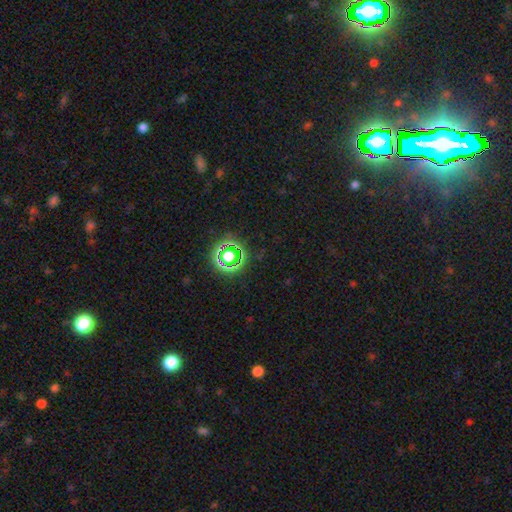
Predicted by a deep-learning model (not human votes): Smooth or featured?
  - star or artifact: 75% *
  - smooth: 18%
  - featured or disk: 7%